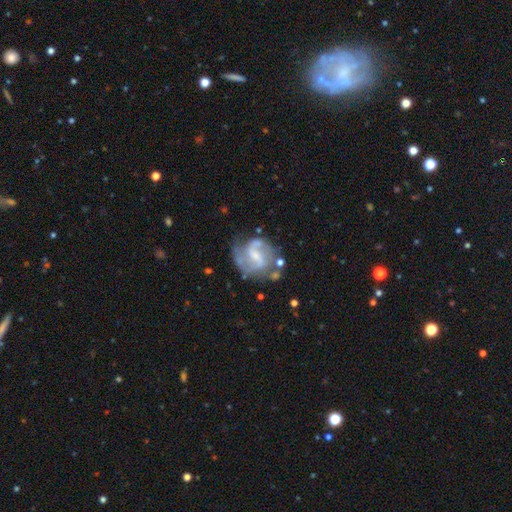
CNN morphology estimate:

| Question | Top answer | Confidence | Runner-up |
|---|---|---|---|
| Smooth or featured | featured or disk | 83% | smooth (11%) |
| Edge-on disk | no | 98% | yes (2%) |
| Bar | weak | 54% | strong (30%) |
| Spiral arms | yes | 92% | no (8%) |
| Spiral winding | medium | 51% | loose (27%) |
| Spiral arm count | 2 | 82% | can't tell (8%) |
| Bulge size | small | 50% | moderate (27%) |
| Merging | none | 60% | minor disturbance (21%) |